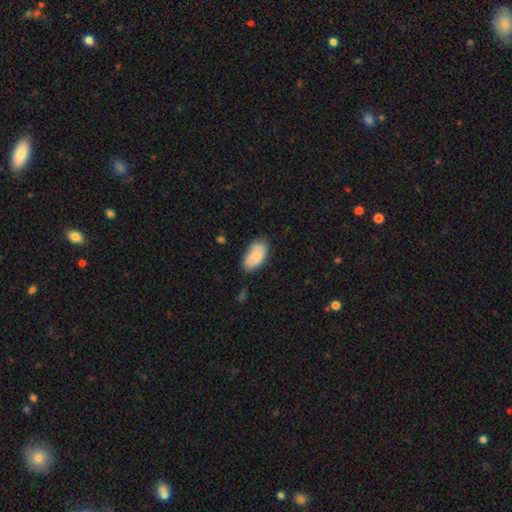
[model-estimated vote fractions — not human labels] Overall: smooth (78%). How rounded: in between (94%). Merging: none (73%).